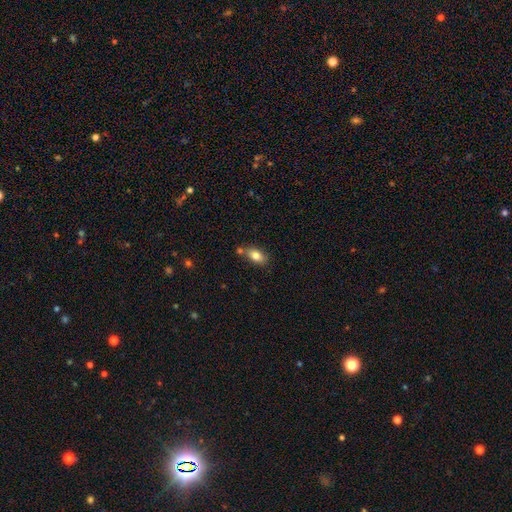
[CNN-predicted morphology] This appears to be a smooth galaxy with no disk features (80%) that is in between round and cigar-shaped (87%). Merging: none (65%).